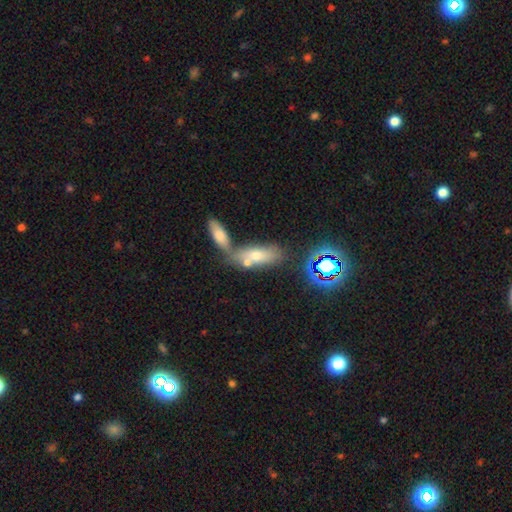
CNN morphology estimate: smooth 56%, featured or disk 25%, star or artifact 19%. Down the decision tree: how rounded — in between (69%); merging — merger (44%).